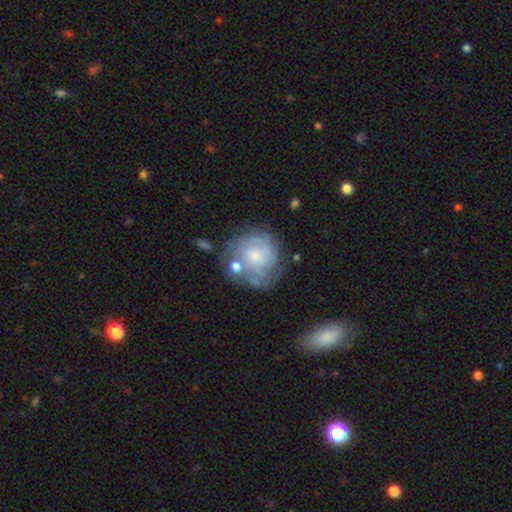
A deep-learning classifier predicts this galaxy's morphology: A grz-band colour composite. It shows a featured or disk galaxy (56%) with no bar (72%), spiral arms (67%) and a small central bulge (51%). Merging: none (52%).